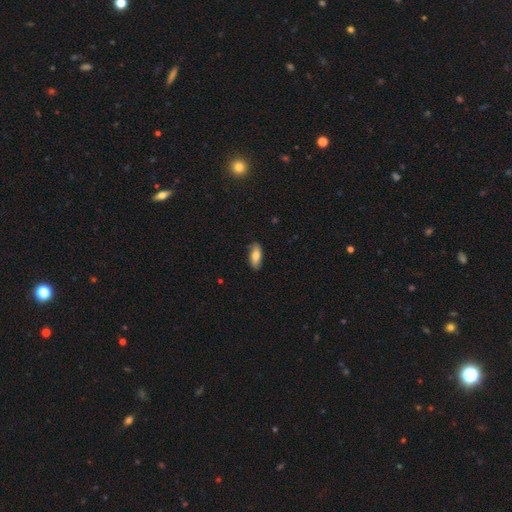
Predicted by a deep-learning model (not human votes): The model was most divided on "smooth or featured": smooth: 76%, featured or disk: 18%, star or artifact: 6%. More confident: merging — none (83%); how rounded — in between (79%).